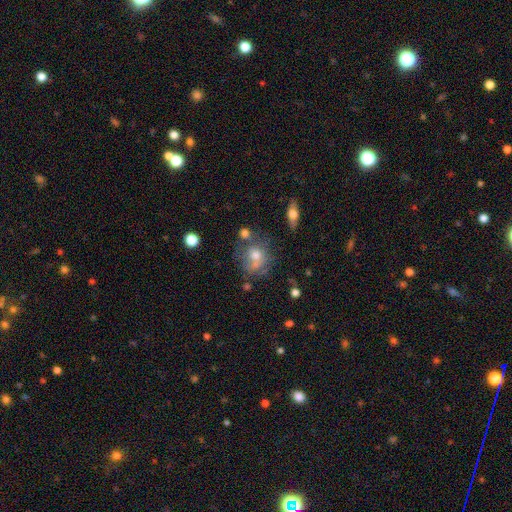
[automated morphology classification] Smooth or featured: smooth — 53% (featured or disk — 31%)
How rounded: round — 70% (in between — 28%)
Merging: none — 48% (minor disturbance — 22%)